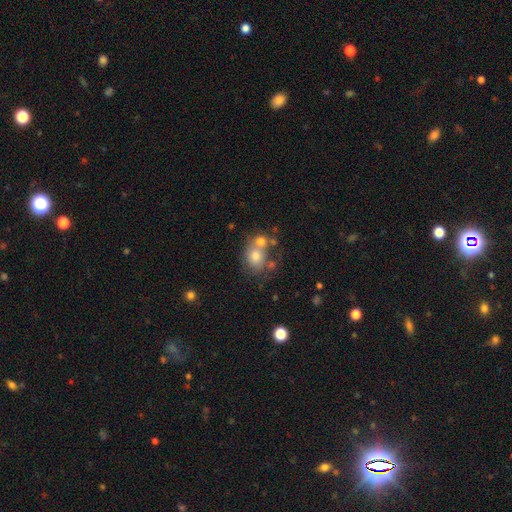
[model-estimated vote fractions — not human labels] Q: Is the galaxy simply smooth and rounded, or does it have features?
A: smooth — 70%.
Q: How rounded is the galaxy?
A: round — 69%.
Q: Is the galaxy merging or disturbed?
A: none — 42%.